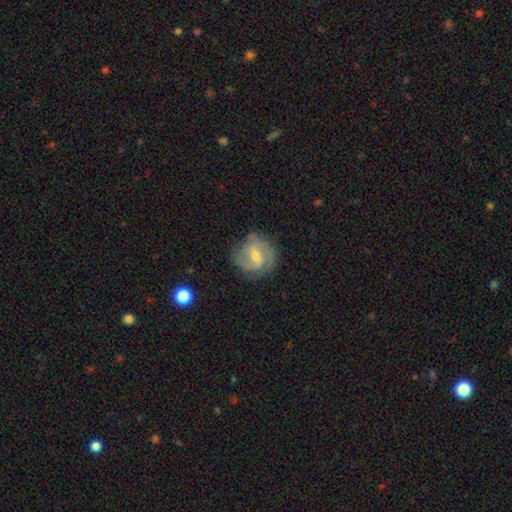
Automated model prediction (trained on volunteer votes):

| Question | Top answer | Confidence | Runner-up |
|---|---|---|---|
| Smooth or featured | featured or disk | 77% | smooth (17%) |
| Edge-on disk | no | 97% | yes (3%) |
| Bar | weak | 56% | no (24%) |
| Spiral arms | yes | 93% | no (7%) |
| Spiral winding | medium | 47% | tight (34%) |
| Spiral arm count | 2 | 72% | can't tell (12%) |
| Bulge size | small | 52% | moderate (43%) |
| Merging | none | 72% | minor disturbance (20%) |